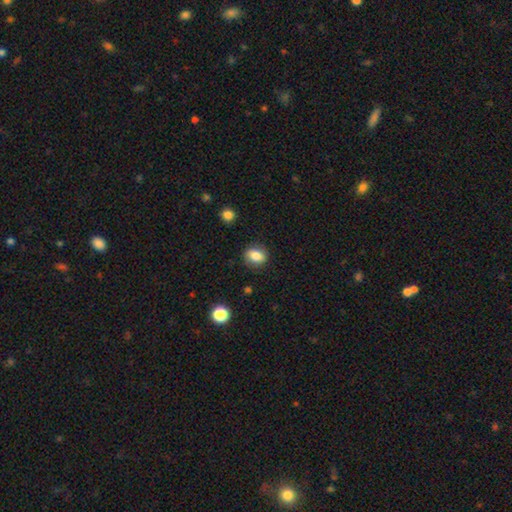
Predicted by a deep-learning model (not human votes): smooth 83%, star or artifact 9%, featured or disk 8%. Down the decision tree: how rounded — in between (56%); merging — none (84%).